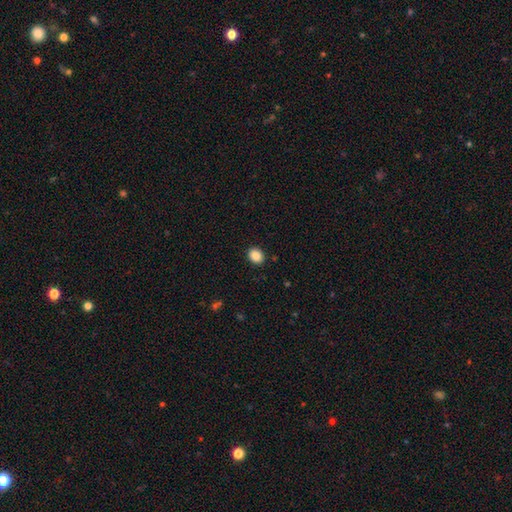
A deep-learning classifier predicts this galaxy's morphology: type=smooth (87%); roundness=round (54%); merging=none (91%).